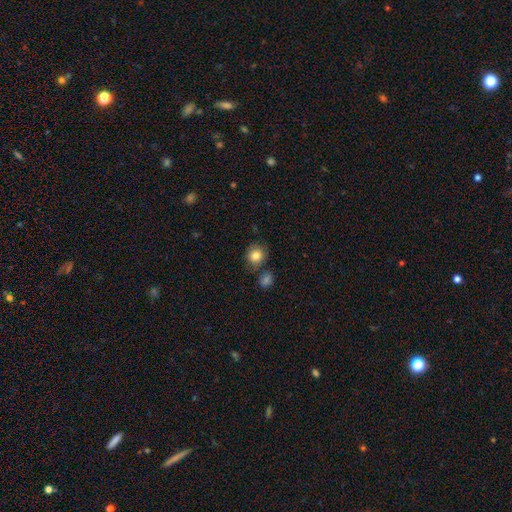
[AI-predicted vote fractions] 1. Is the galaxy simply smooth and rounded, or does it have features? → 84% smooth, 9% star or artifact, 7% featured or disk.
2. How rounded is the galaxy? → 81% round, 18% in between, 1% cigar-shaped.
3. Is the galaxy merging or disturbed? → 71% none, 14% minor disturbance, 11% merger, 4% major disturbance.